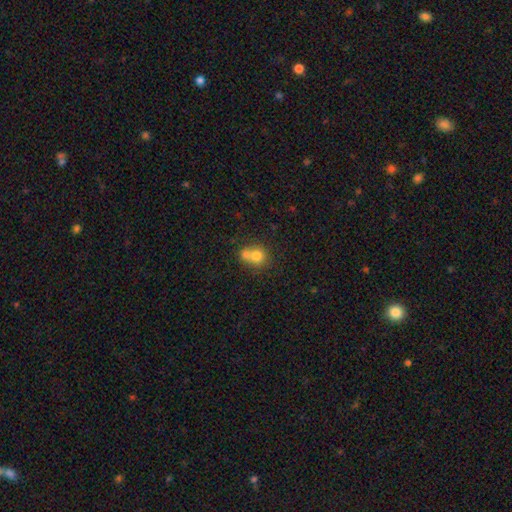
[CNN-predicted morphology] smooth_or_featured: smooth (p=0.74) [alt: featured or disk p=0.15]
how_rounded: round (p=0.78) [alt: in between p=0.22]
merging: merger (p=0.54) [alt: none p=0.35]